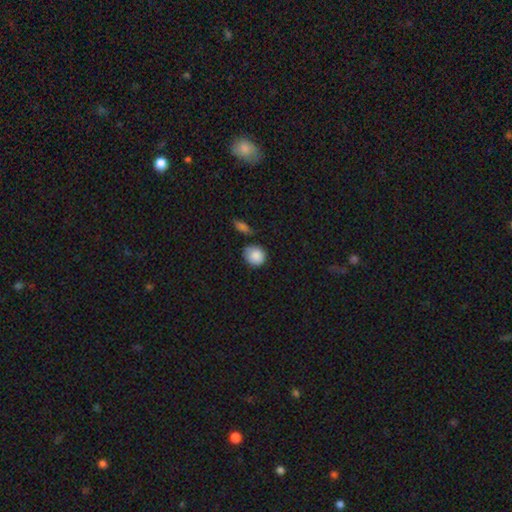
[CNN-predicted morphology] Smooth or featured? smooth (87%)
How rounded? round (81%)
Merging? none (69%)